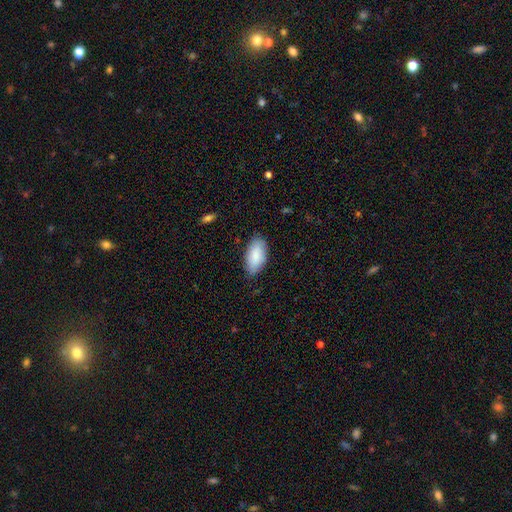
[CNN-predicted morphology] smooth 86%, featured or disk 9%, star or artifact 6%. Down the decision tree: how rounded — in between (94%); merging — none (80%).